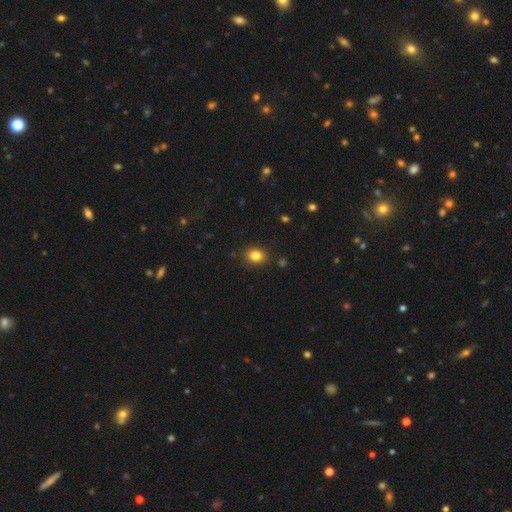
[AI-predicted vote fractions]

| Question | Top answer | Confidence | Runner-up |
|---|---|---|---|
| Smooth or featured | smooth | 84% | star or artifact (11%) |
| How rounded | round | 53% | in between (46%) |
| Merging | none | 87% | minor disturbance (9%) |